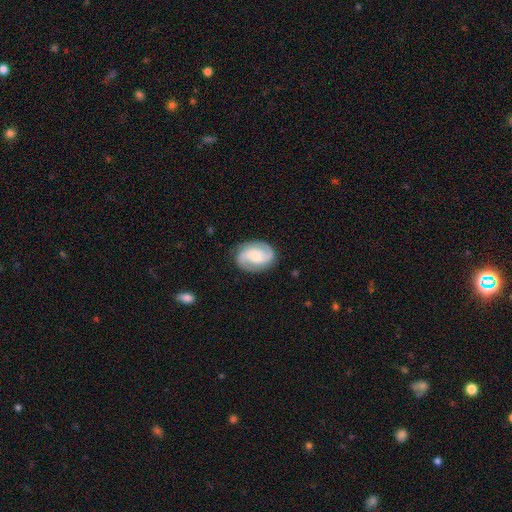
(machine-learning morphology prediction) This is likely a featured or disk galaxy (78%). It is clearly not viewed edge-on (98%). Bar: possibly no (48%). Spiral arm pattern: clearly yes (96%). Spiral arm count: clearly 2 (85%). Spiral winding: possibly medium (48%). Central bulge: marginally small (43%). Merging: clearly none (81%).